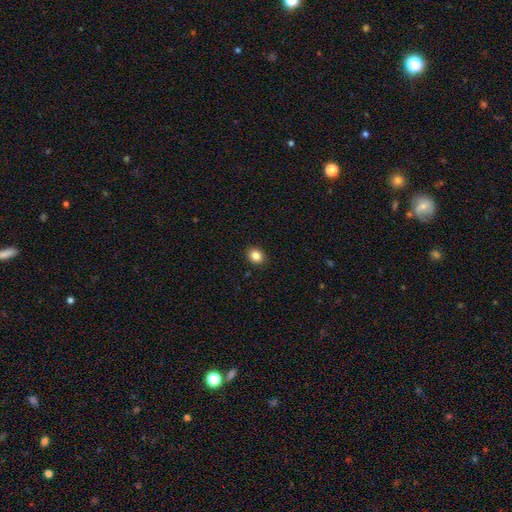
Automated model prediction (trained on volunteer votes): smooth-or-featured: smooth: 86% | star or artifact: 10% | featured or disk: 4%
  how-rounded: round: 62% | in between: 37% | cigar-shaped: 1%
  merging: none: 91% | minor disturbance: 6% | major disturbance: 2% | merger: 1%